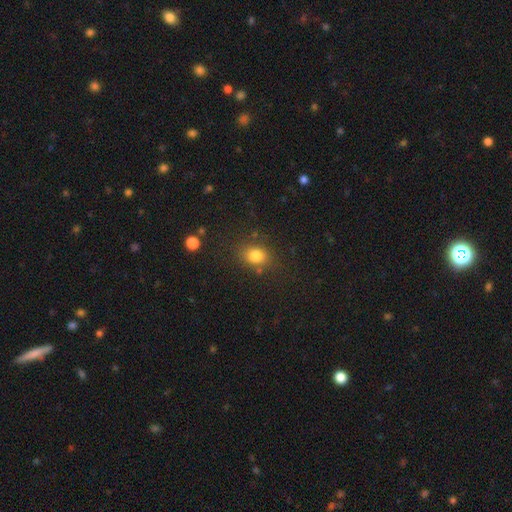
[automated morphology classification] type=smooth (81%); roundness=in between (51%); merging=none (78%).